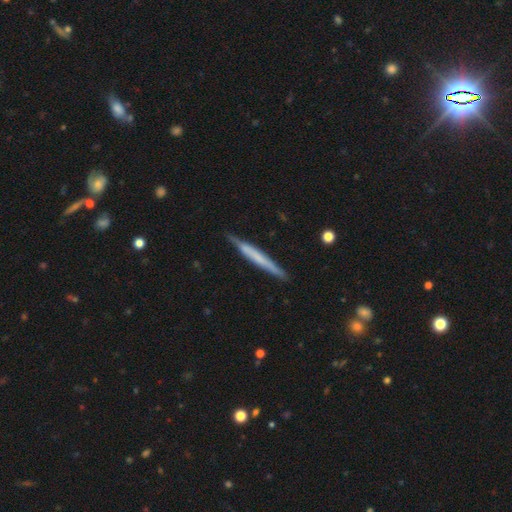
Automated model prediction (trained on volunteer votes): A smooth galaxy with no disk features (49%).

Vote fractions:
- Smooth or featured? smooth: 49% / featured or disk: 46% / star or artifact: 6%
- Merging? none: 86% / minor disturbance: 11% / major disturbance: 2% / merger: 1%